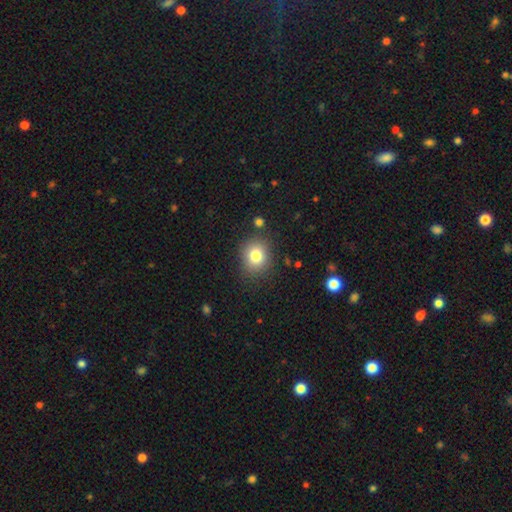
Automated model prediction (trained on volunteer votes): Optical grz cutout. It shows a smooth galaxy with no disk features (79%) that is round (77%). Merging: none (85%).